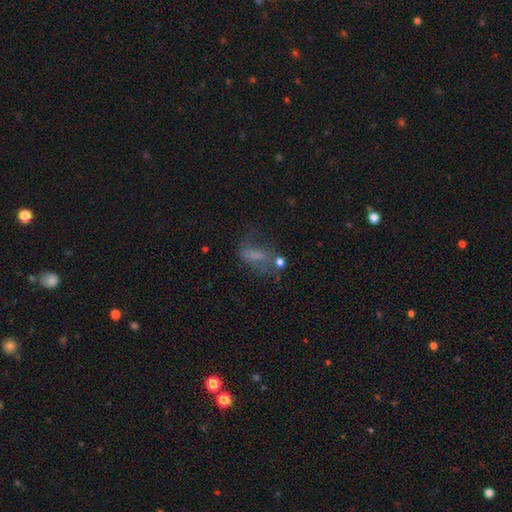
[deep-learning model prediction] A smooth galaxy with no disk features (48%). Merging: major disturbance (34%, tied with none).